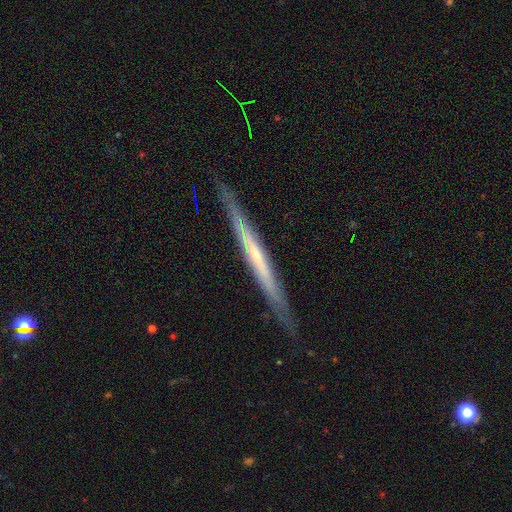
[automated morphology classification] This appears to be a featured or disk galaxy (73%) viewed edge-on (96%) with no central bulge (65%). Merging: none (87%).